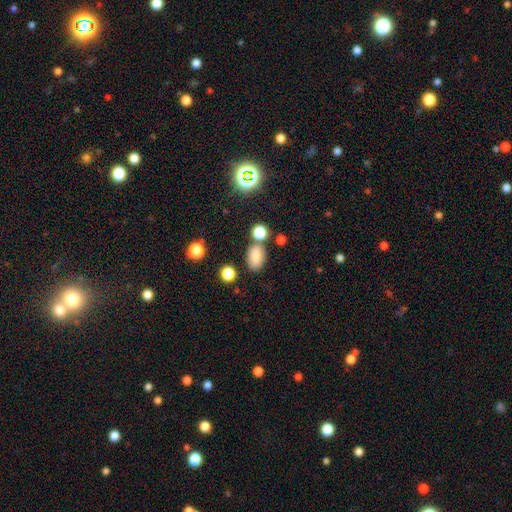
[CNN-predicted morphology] Smooth or featured?
  - smooth: 78% *
  - star or artifact: 13%
  - featured or disk: 9%
How rounded?
  - in between: 85% *
  - round: 13%
  - cigar-shaped: 2%
Merging?
  - none: 67% *
  - minor disturbance: 15%
  - merger: 12%
  - major disturbance: 5%